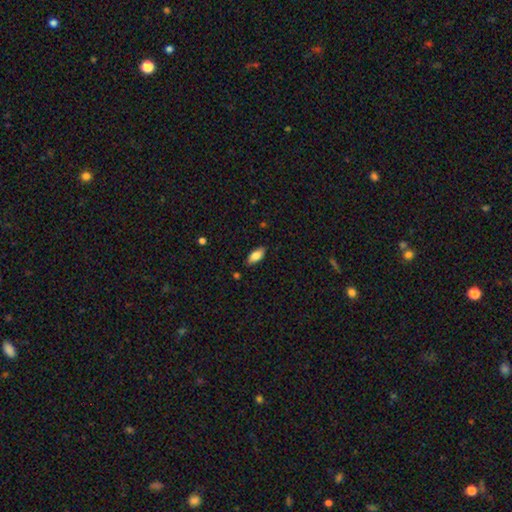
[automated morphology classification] The model was most divided on "smooth or featured": smooth: 81%, featured or disk: 12%, star or artifact: 7%. More confident: how rounded — in between (87%); merging — none (85%).